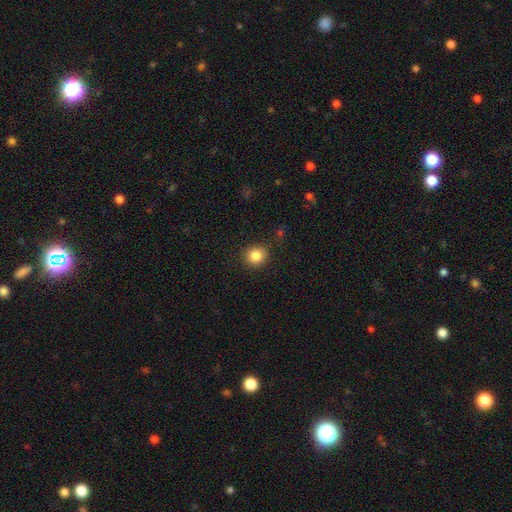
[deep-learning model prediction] Smooth or featured: smooth — 85% (star or artifact — 10%)
How rounded: round — 83% (in between — 16%)
Merging: none — 88% (minor disturbance — 8%)